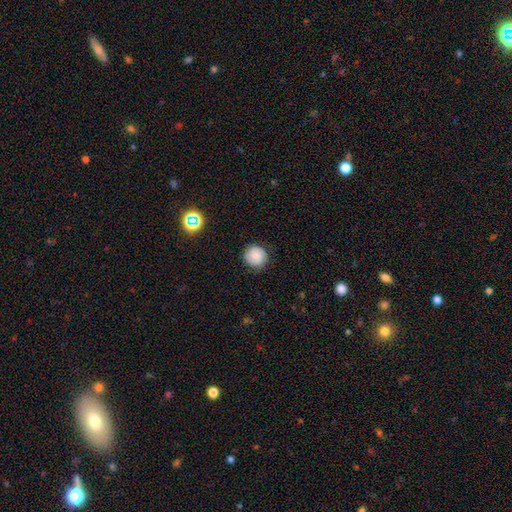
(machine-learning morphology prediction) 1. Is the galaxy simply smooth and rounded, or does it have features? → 60% smooth, 30% featured or disk, 10% star or artifact.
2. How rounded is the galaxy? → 90% round, 9% in between, 1% cigar-shaped.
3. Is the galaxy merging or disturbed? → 85% none, 11% minor disturbance, 3% major disturbance, 1% merger.